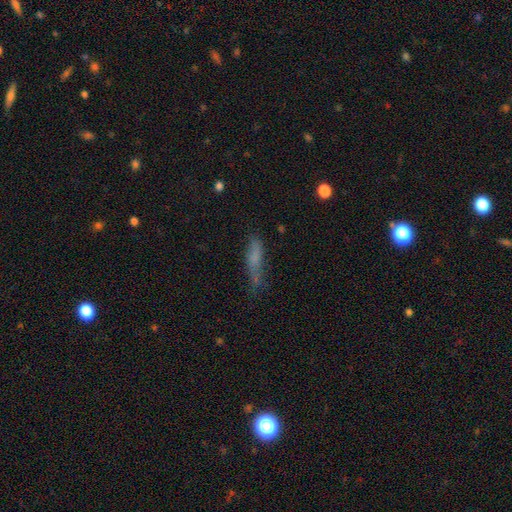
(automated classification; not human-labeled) A smooth galaxy with no disk features (61%) that is cigar-shaped (74%). Merging: none (53%).